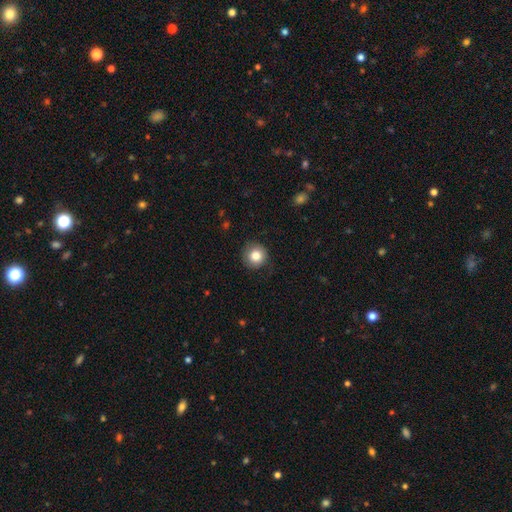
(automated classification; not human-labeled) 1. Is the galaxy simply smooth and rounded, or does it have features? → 82% smooth, 9% star or artifact, 9% featured or disk.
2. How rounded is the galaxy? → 94% round, 5% in between, 1% cigar-shaped.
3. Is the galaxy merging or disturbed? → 85% none, 11% minor disturbance, 3% major disturbance, 1% merger.